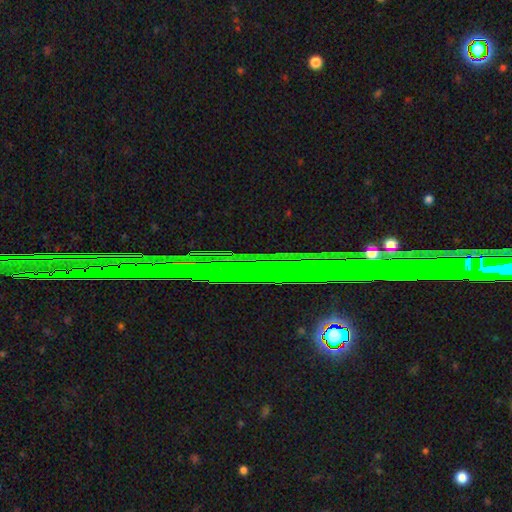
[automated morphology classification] smooth-or-featured: star or artifact: 72% | featured or disk: 18% | smooth: 10%